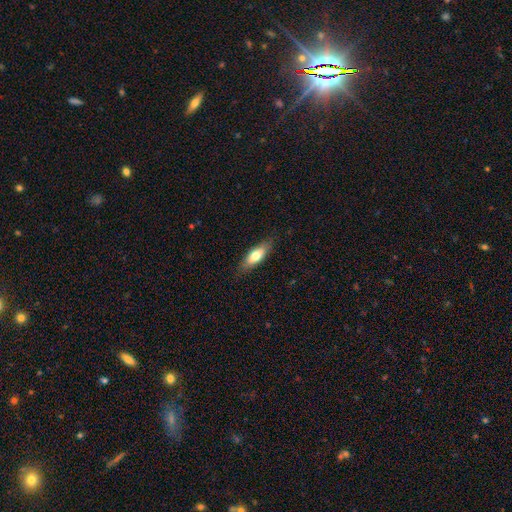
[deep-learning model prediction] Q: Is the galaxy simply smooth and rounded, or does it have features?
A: smooth — 68%.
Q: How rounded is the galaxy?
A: in between — 63%.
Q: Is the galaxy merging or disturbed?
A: none — 82%.